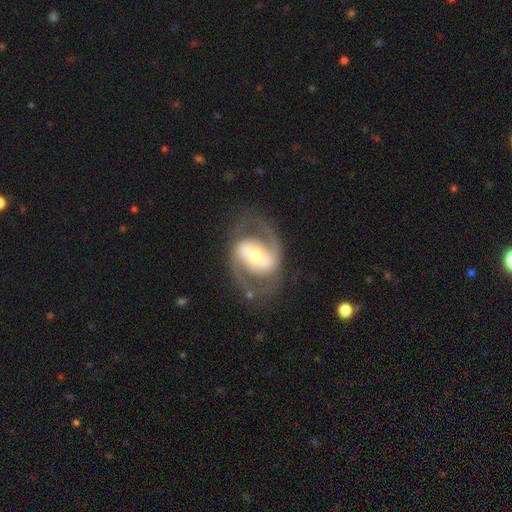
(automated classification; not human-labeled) smooth-or-featured: featured or disk: 86% | smooth: 9% | star or artifact: 5%
  disk-edge-on: no: 96% | yes: 4%
    bar: strong: 61% | weak: 27% | no: 13%
    has-spiral-arms: yes: 88% | no: 12%
      spiral-winding: medium: 55% | tight: 24% | loose: 22%
      spiral-arm-count: 2: 90% | can't tell: 5% | 1: 2% | 3: 1% | 4: 1% | more than 4: 1%
    bulge-size: moderate: 55% | small: 33% | large: 9% | dominant: 2% | none: 1%
  merging: none: 75% | minor disturbance: 13% | major disturbance: 10% | merger: 2%